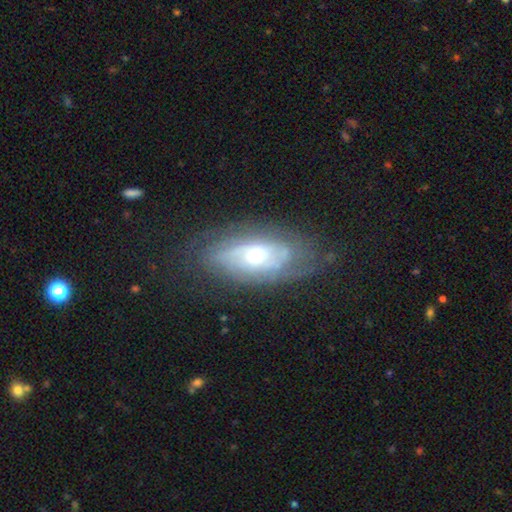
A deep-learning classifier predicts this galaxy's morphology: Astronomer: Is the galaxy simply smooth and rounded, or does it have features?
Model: featured or disk — 72%.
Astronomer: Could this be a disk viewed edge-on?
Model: no — 89%.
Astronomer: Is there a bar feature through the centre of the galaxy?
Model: no — 74%.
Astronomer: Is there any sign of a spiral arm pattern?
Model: yes — 82%.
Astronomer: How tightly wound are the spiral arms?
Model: tight — 61%.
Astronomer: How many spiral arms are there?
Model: can't tell — 53%.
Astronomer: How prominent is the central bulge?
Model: moderate — 56% (runner-up: small, 35%).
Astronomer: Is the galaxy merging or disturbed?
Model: none — 69%.